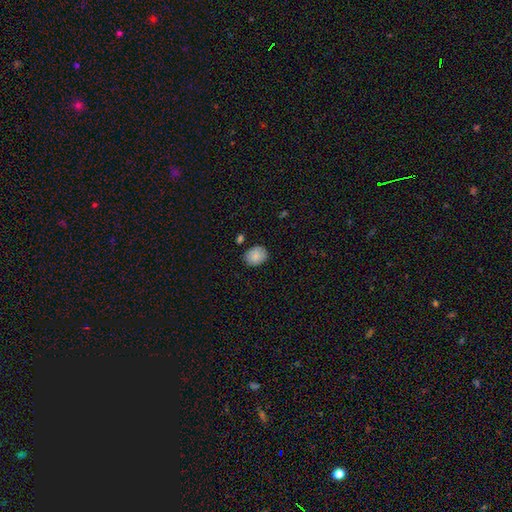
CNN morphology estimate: smooth_or_featured: smooth (p=0.86) [alt: star or artifact p=0.07]
how_rounded: in between (p=0.57) [alt: round p=0.42]
merging: none (p=0.80) [alt: minor disturbance p=0.14]